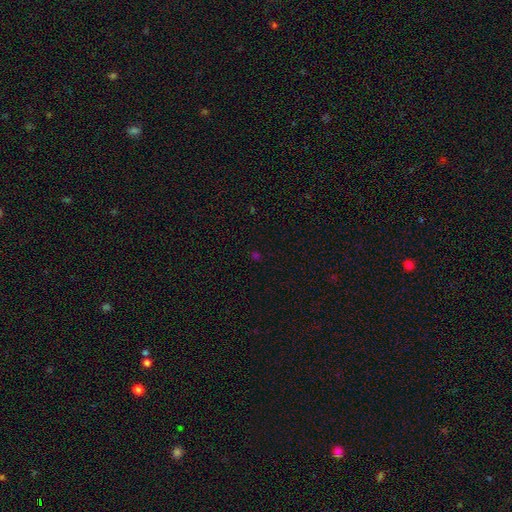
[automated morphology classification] smooth_or_featured: star or artifact (p=0.50) [alt: smooth p=0.44]